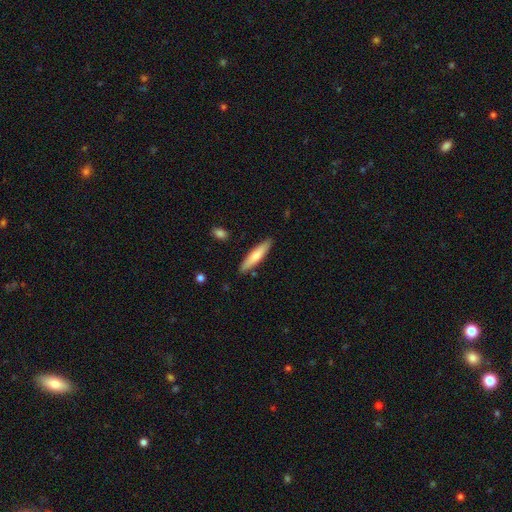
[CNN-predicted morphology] Smooth or featured?
  - smooth: 69% *
  - featured or disk: 26%
  - star or artifact: 5%
How rounded?
  - cigar-shaped: 83% *
  - in between: 16%
  - round: 1%
Merging?
  - none: 87% *
  - minor disturbance: 9%
  - merger: 2%
  - major disturbance: 2%